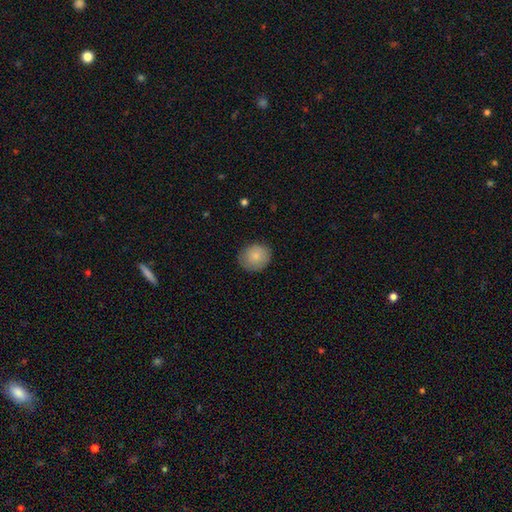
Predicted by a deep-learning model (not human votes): Q: Smooth or featured?
A: smooth (83%); runner-up: featured or disk (10%)
Q: How rounded?
A: round (72%); runner-up: in between (27%)
Q: Merging?
A: none (82%); runner-up: minor disturbance (14%)